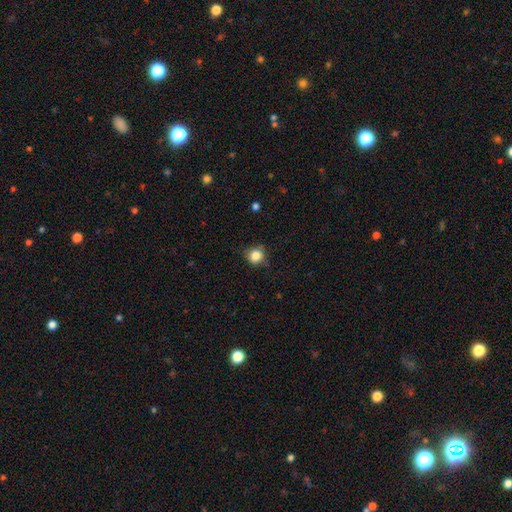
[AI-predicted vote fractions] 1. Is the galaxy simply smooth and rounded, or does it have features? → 84% smooth, 11% star or artifact, 6% featured or disk.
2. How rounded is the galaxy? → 86% round, 13% in between, 1% cigar-shaped.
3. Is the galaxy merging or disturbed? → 75% none, 19% minor disturbance, 4% major disturbance, 1% merger.